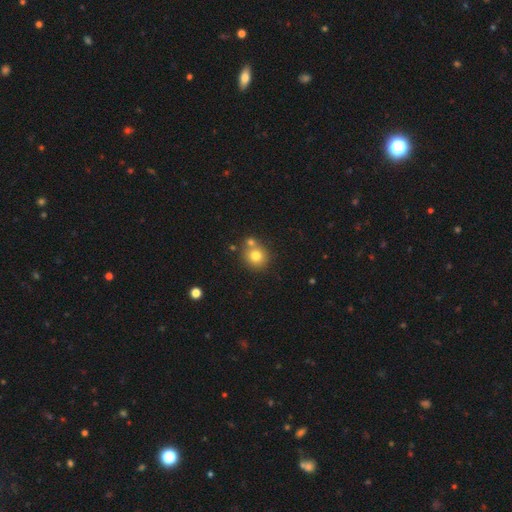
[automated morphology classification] type=smooth (77%); roundness=round (88%); merging=none (63%).